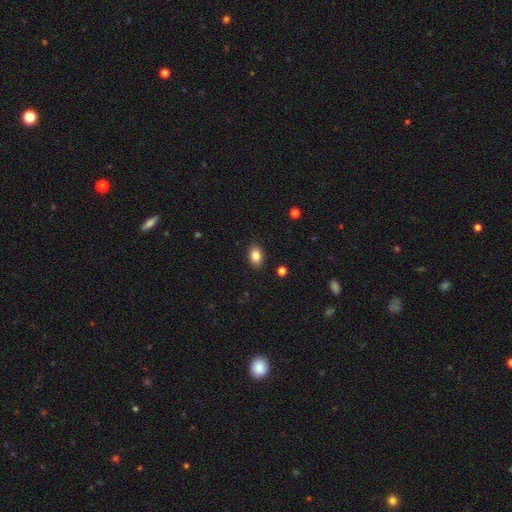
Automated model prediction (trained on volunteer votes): Smooth or featured?
  - smooth: 85% *
  - star or artifact: 9%
  - featured or disk: 6%
How rounded?
  - in between: 80% *
  - round: 19%
  - cigar-shaped: 1%
Merging?
  - none: 89% *
  - minor disturbance: 8%
  - major disturbance: 2%
  - merger: 1%